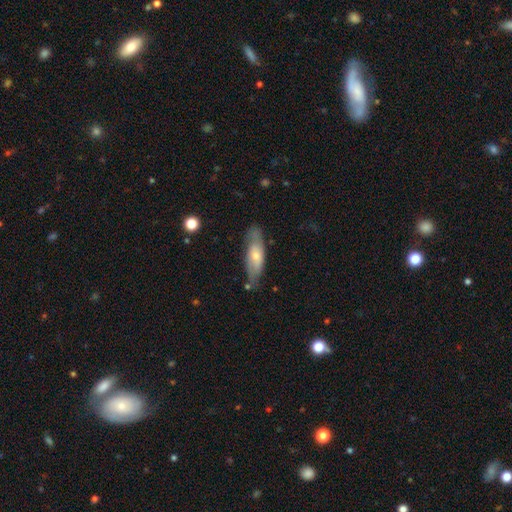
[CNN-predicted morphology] Smooth or featured? smooth (52%)
How rounded? in between (54%)
Merging? none (72%)